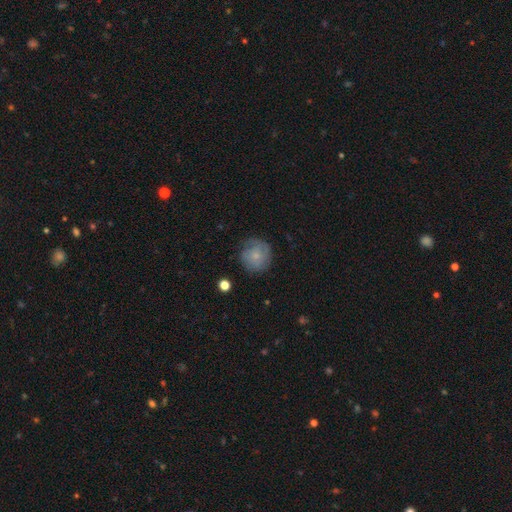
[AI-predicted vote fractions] Overall: smooth (60%; featured or disk 32%). How rounded: round (90%). Merging: none (70%).